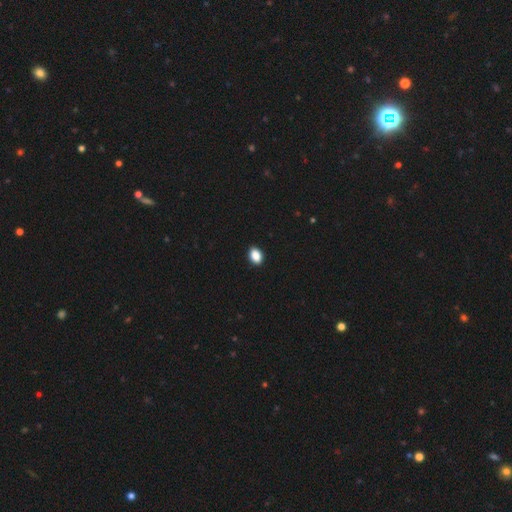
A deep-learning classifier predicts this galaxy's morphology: Smooth or featured? Predicted: smooth (p=0.88). How rounded? Predicted: in between (p=0.79). Merging? Predicted: none (p=0.91).